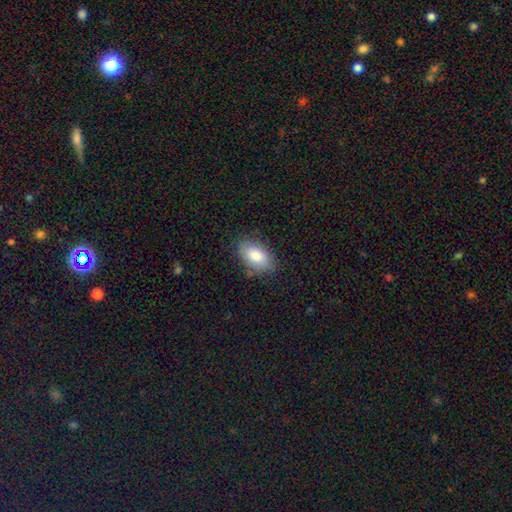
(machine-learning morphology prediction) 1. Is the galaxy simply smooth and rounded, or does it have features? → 83% smooth, 10% featured or disk, 7% star or artifact.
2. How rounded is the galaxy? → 93% in between, 5% round, 2% cigar-shaped.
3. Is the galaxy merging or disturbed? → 78% none, 17% minor disturbance, 4% major disturbance, 1% merger.